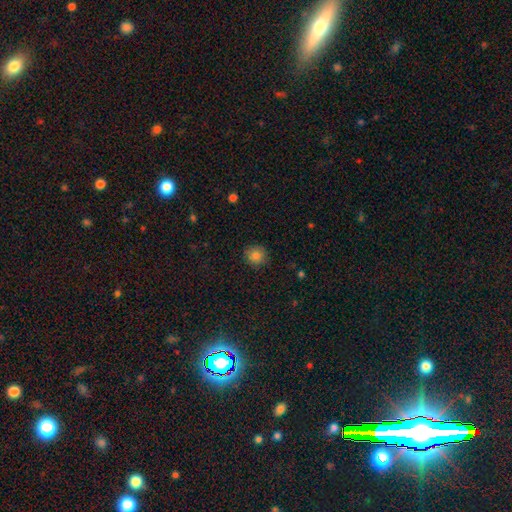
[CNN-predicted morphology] This appears to be a smooth galaxy with no disk features (83%) that is round (90%). Merging: none (89%).